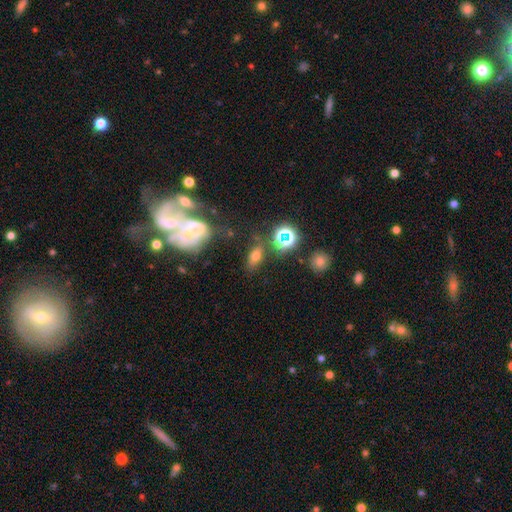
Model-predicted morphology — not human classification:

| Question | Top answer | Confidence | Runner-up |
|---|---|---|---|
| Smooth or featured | smooth | 60% | star or artifact (22%) |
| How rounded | in between | 77% | round (15%) |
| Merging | none | 69% | minor disturbance (15%) |